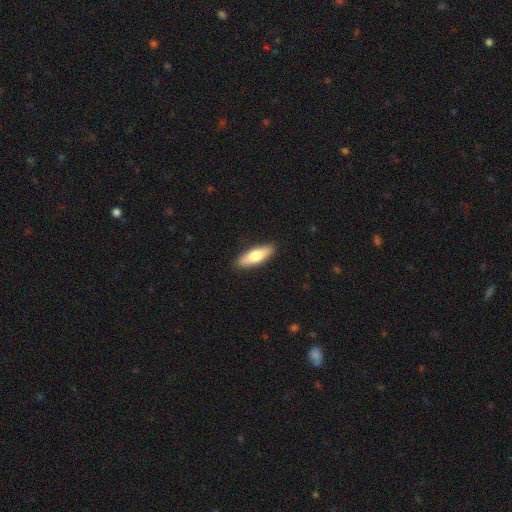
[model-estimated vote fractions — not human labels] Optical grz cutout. It shows a smooth galaxy with no disk features (68%) that is in between round and cigar-shaped (50%). Merging: none (90%).